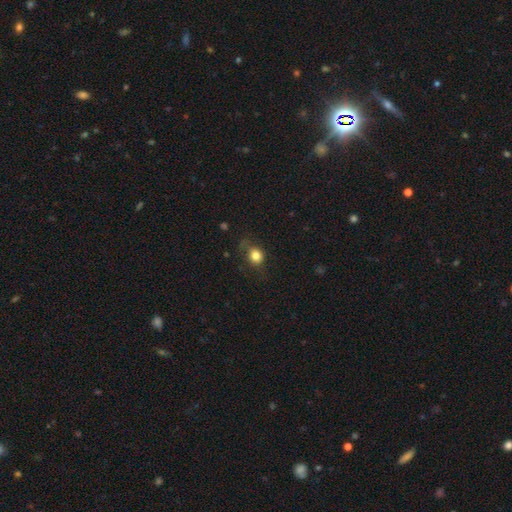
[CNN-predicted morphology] Q: Smooth or featured?
A: smooth (81%); runner-up: star or artifact (11%)
Q: How rounded?
A: round (71%); runner-up: in between (28%)
Q: Merging?
A: none (66%); runner-up: minor disturbance (23%)